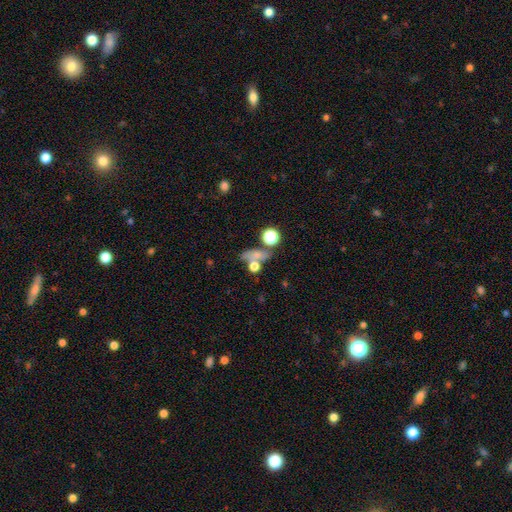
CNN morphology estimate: A smooth galaxy with no disk features (62%) that is in between round and cigar-shaped (46%).

Vote fractions:
- Smooth or featured? smooth: 62% / star or artifact: 20% / featured or disk: 18%
- How rounded? in between: 46% / round: 45% / cigar-shaped: 10%
- Merging? none: 42% / merger: 33% / minor disturbance: 14% / major disturbance: 12%